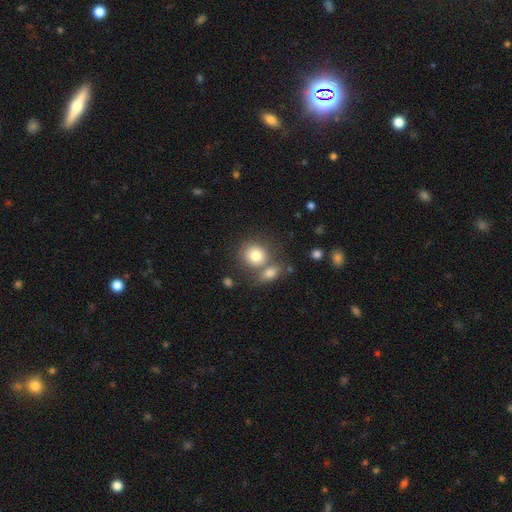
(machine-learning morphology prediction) Smooth or featured? smooth (80%)
How rounded? round (81%)
Merging? none (51%)